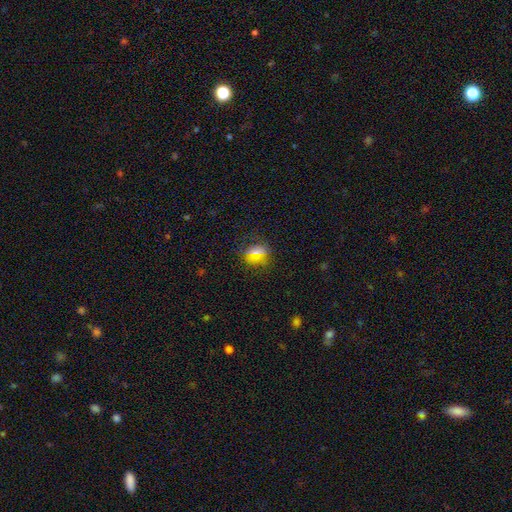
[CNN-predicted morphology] type=smooth (60%); roundness=round (79%); merging=none (82%).